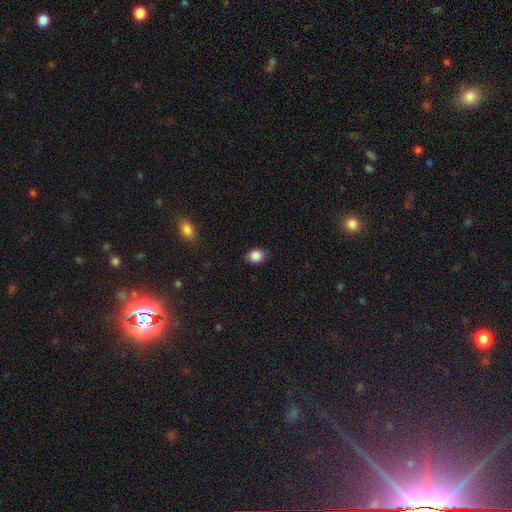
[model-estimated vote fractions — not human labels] The model was most divided on "how rounded": in between: 54%, round: 45%, cigar-shaped: 1%. More confident: smooth or featured — smooth (87%); merging — none (85%).